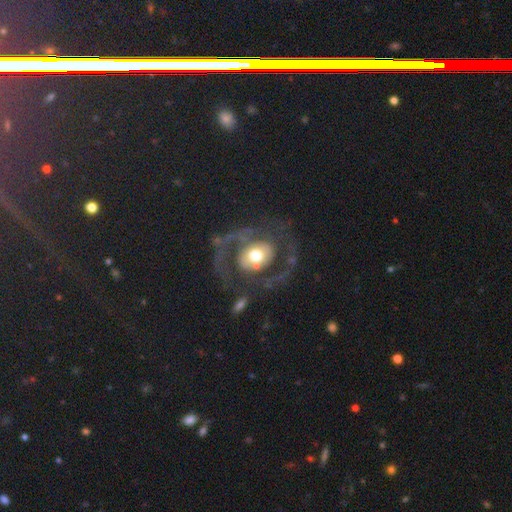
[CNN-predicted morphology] Overall: featured or disk (74%). Edge-on disk: no (96%). Bar: no (70%). Spiral arms: yes (73%). Spiral arm count: 2 (76%). Spiral winding: medium (44%; loose 39%). Bulge size: moderate (54%; large 35%). Merging: none (55%; major disturbance 27%).